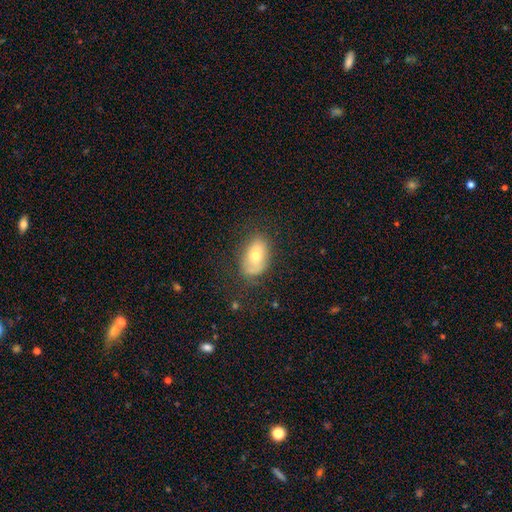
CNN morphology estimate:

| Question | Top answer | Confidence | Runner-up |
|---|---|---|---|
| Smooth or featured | smooth | 61% | featured or disk (29%) |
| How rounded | in between | 89% | round (9%) |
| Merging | none | 68% | minor disturbance (22%) |